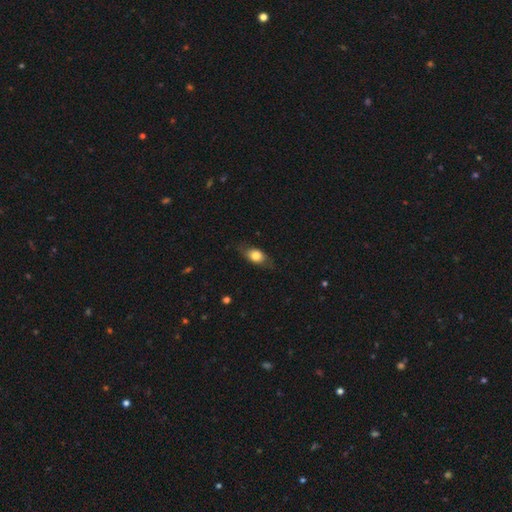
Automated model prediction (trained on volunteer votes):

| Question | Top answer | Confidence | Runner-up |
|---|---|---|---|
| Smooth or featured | smooth | 72% | featured or disk (20%) |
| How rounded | in between | 76% | round (17%) |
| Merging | none | 73% | minor disturbance (20%) |